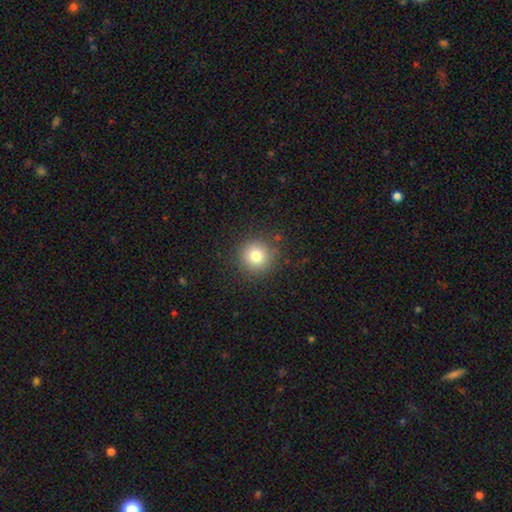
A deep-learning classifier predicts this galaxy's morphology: Smooth or featured: smooth — 79% (star or artifact — 13%)
How rounded: round — 94% (in between — 5%)
Merging: none — 89% (minor disturbance — 7%)